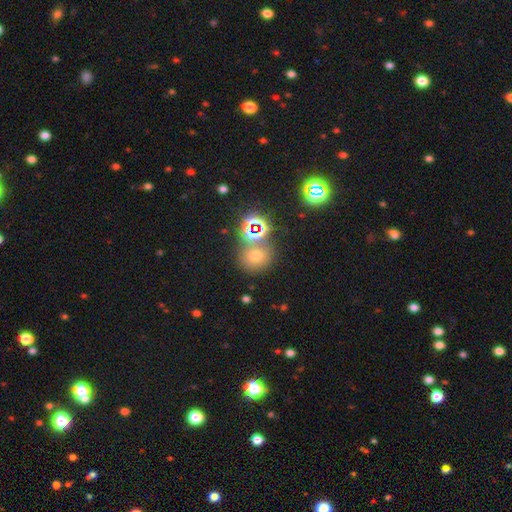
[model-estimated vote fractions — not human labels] Smooth or featured? Predicted: smooth (p=0.57). How rounded? Predicted: round (p=0.78). Merging? Predicted: none (p=0.66).